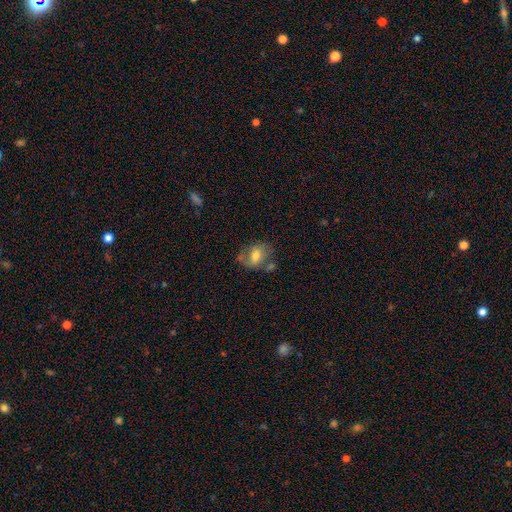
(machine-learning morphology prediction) smooth_or_featured: smooth (p=0.52) [alt: featured or disk p=0.40]
how_rounded: in between (p=0.69) [alt: round p=0.30]
merging: none (p=0.47) [alt: minor disturbance p=0.25]